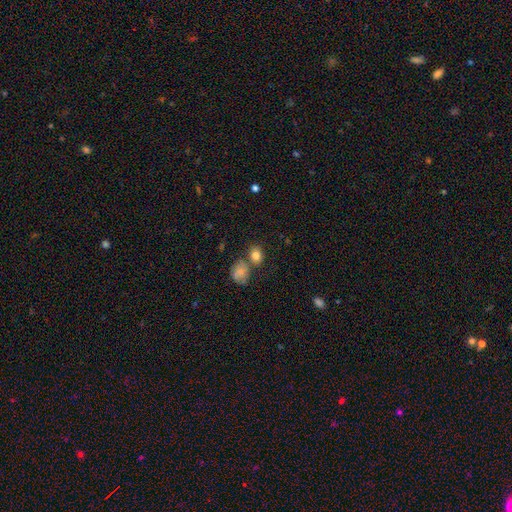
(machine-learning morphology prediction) type=smooth (82%); roundness=round (60%); merging=none (60%).